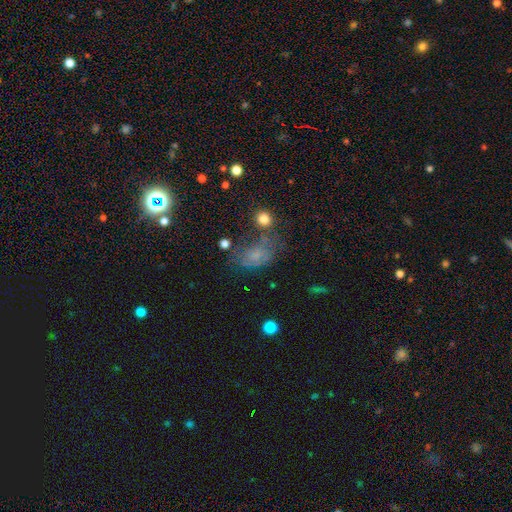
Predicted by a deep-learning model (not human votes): This is marginally a smooth galaxy (42%). Merging: marginally none (45%).